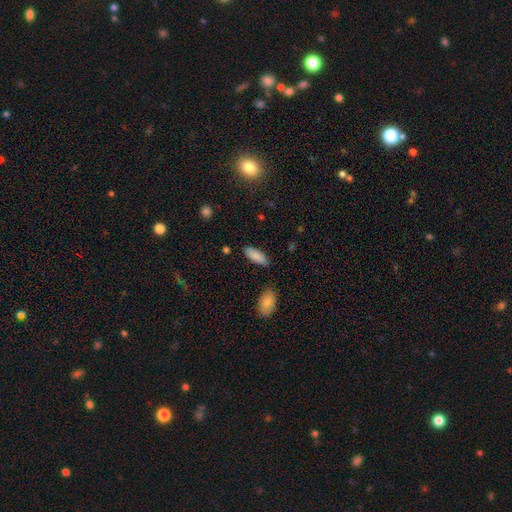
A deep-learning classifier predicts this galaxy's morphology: type=smooth (87%); roundness=in between (76%); merging=none (83%).